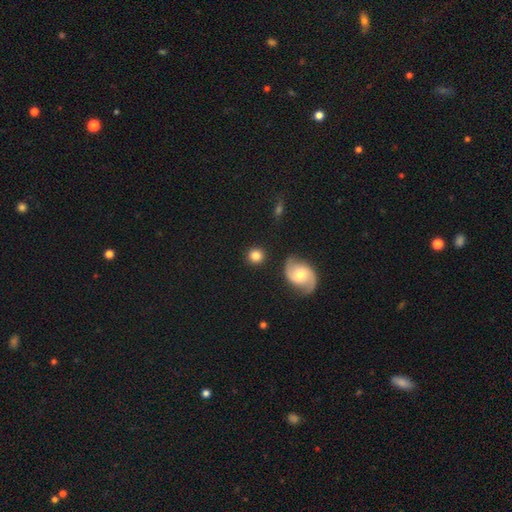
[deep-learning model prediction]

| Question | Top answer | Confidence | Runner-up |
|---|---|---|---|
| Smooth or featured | smooth | 80% | featured or disk (11%) |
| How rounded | round | 92% | in between (7%) |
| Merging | none | 86% | minor disturbance (7%) |